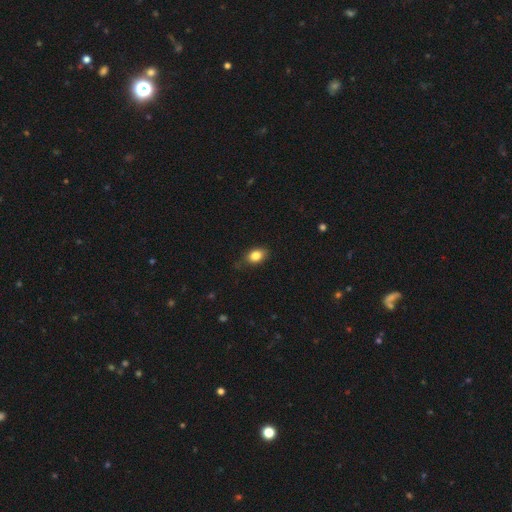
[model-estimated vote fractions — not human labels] Q: Smooth or featured?
A: smooth (83%); runner-up: star or artifact (9%)
Q: How rounded?
A: in between (76%); runner-up: round (22%)
Q: Merging?
A: none (75%); runner-up: minor disturbance (20%)